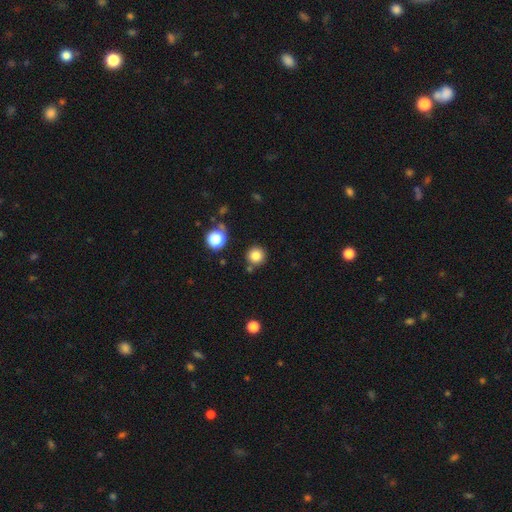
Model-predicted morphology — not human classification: Smooth or featured? Predicted: smooth (p=0.82). How rounded? Predicted: round (p=0.94). Merging? Predicted: none (p=0.83).